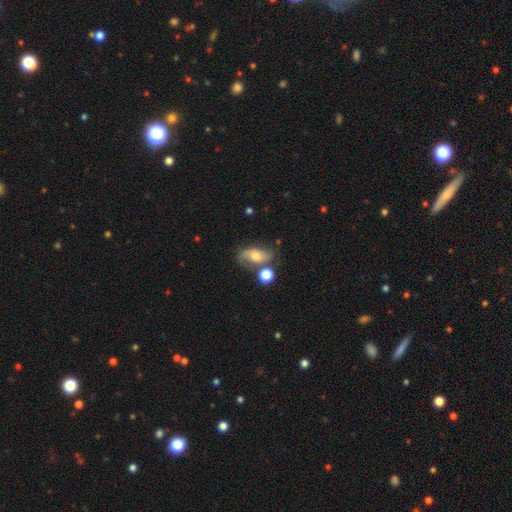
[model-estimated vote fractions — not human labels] Q: Smooth or featured?
A: featured or disk (59%); runner-up: smooth (31%)
Q: Edge-on disk?
A: no (93%); runner-up: yes (7%)
Q: Bar?
A: no (60%); runner-up: weak (31%)
Q: Spiral arms?
A: yes (87%); runner-up: no (13%)
Q: Bulge size?
A: moderate (54%); runner-up: small (27%)
Q: Merging?
A: none (55%); runner-up: minor disturbance (20%)